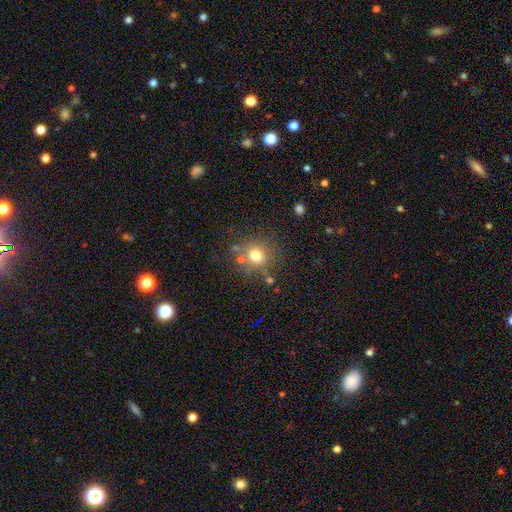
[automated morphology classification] A smooth galaxy with no disk features (73%) that is round (89%). Merging: none (75%).